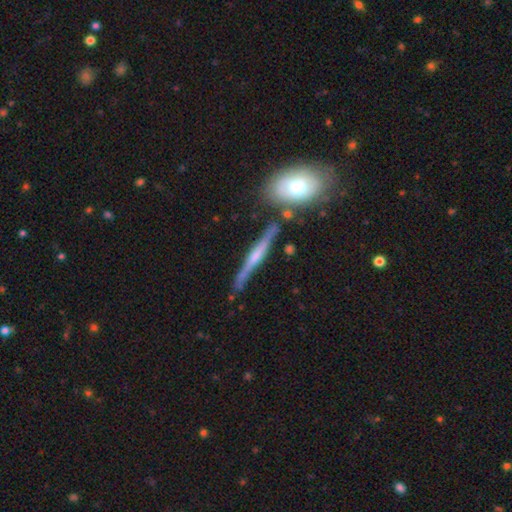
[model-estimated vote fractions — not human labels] smooth_or_featured: featured or disk (p=0.68) [alt: smooth p=0.25]
disk_edge_on: yes (p=0.96) [alt: no p=0.04]
edge_on_bulge: rounded (p=0.62) [alt: none p=0.21]
merging: none (p=0.79) [alt: minor disturbance p=0.12]